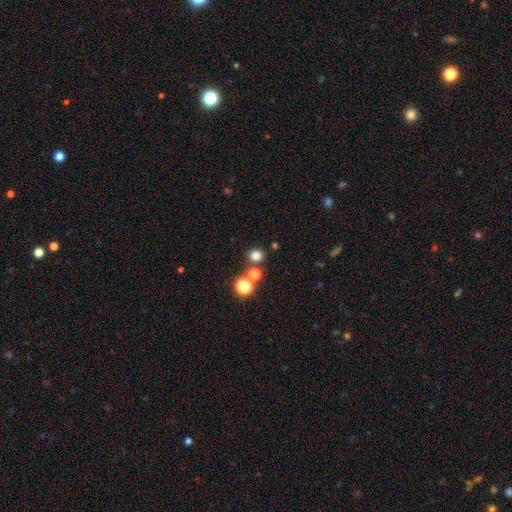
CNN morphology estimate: type=smooth (77%); roundness=round (86%); merging=none (78%).